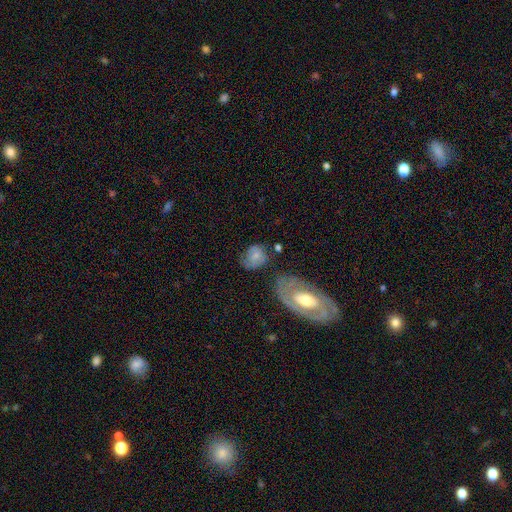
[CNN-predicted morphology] type=smooth (58%); roundness=round (53%); merging=none (52%).